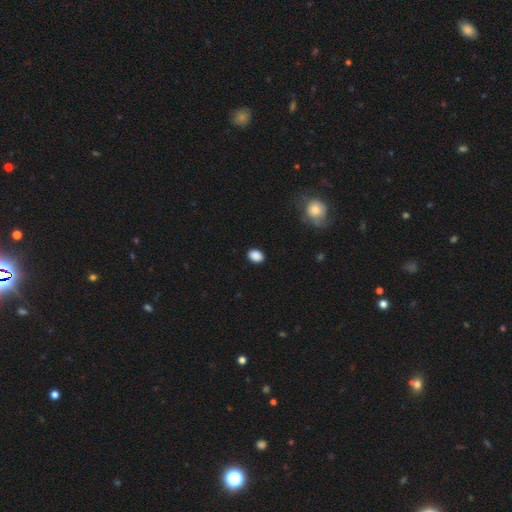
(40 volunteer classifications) smooth_or_featured: smooth (p=0.97) [alt: star or artifact p=0.03]
how_rounded: in between (p=0.77) [alt: round p=0.23]
merging: none (p=1.00)